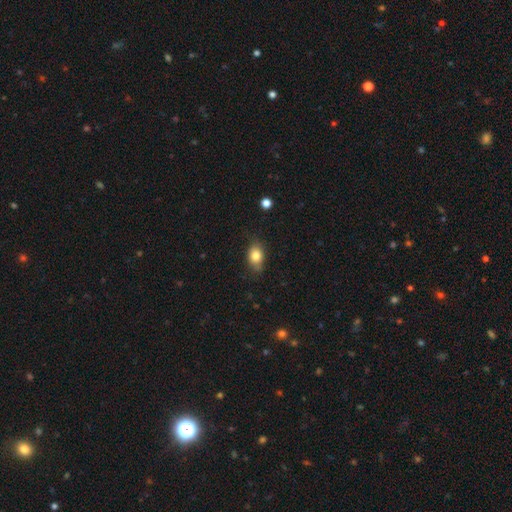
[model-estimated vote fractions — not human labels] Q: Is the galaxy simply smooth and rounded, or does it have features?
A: smooth — 80%.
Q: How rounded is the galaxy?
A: in between — 77%.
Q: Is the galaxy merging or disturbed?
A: none — 74%.